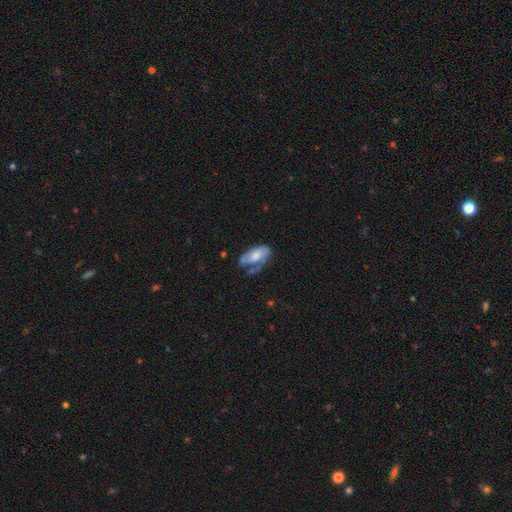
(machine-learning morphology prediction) Smooth or featured: smooth — 50% (featured or disk — 43%)
How rounded: in between — 89% (cigar-shaped — 8%)
Merging: none — 40% (minor disturbance — 32%)